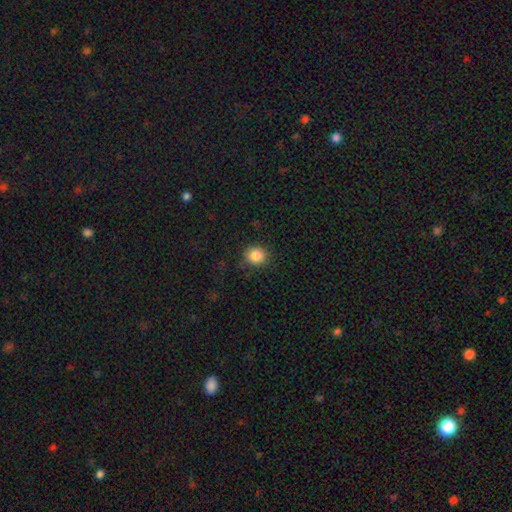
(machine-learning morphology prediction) This is clearly a smooth galaxy (86%). How rounded: clearly round (88%). Merging: clearly none (87%).